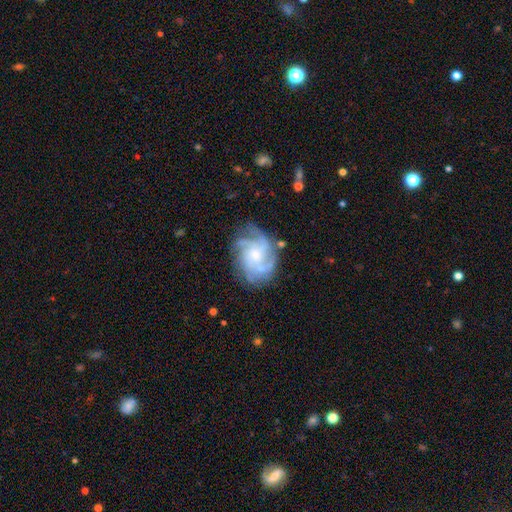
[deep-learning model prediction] A featured or disk galaxy (82%) with no bar (70%), 4 (37%) tight (47%) spiral arms (95%) and a small central bulge (50%).

Vote fractions:
- Smooth or featured? featured or disk: 82% / smooth: 11% / star or artifact: 7%
- Edge-on disk? no: 98% / yes: 2%
- Bar? no: 70% / weak: 26% / strong: 4%
- Spiral arms? yes: 95% / no: 5%
- Spiral winding? tight: 47% / medium: 40% / loose: 13%
- Spiral arm count? 4: 37% / can't tell: 21% / 3: 16% / more than 4: 14% / 2: 7% / 1: 5%
- Bulge size? small: 50% / moderate: 36% / none: 8% / large: 5% / dominant: 1%
- Merging? none: 70% / minor disturbance: 18% / major disturbance: 9% / merger: 2%